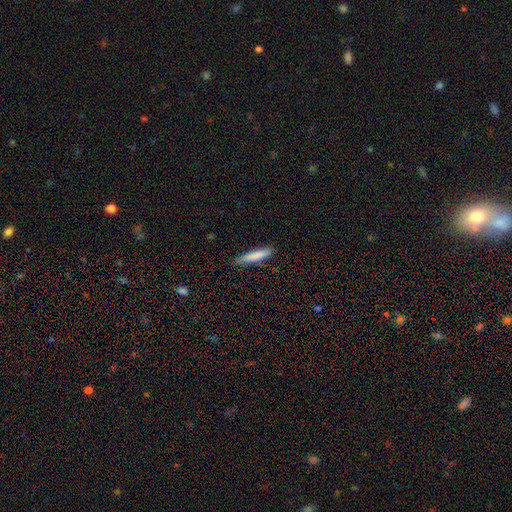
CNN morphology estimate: Q: Smooth or featured?
A: smooth (81%); runner-up: featured or disk (13%)
Q: How rounded?
A: cigar-shaped (88%); runner-up: in between (11%)
Q: Merging?
A: none (83%); runner-up: minor disturbance (14%)